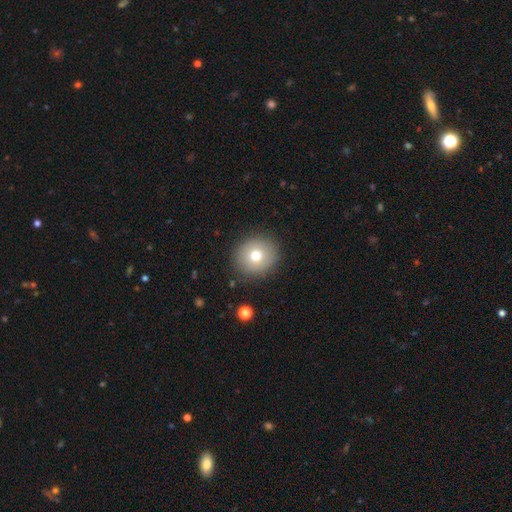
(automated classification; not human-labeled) This is likely a smooth galaxy (72%). How rounded: clearly round (89%). Merging: clearly none (88%).